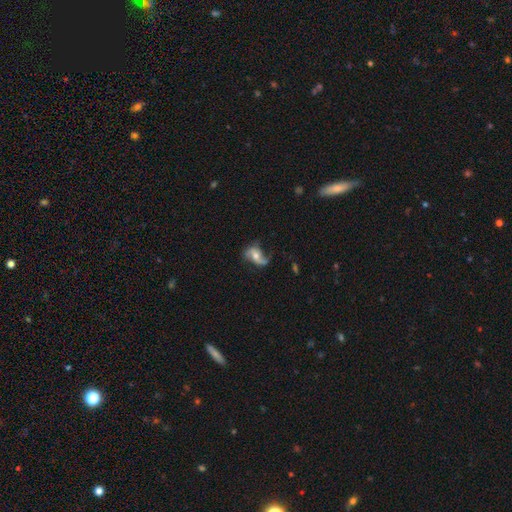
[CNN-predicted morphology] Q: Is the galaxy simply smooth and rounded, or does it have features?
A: featured or disk — 71%.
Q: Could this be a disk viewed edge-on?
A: no — 95%.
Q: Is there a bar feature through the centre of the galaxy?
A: no — 57%.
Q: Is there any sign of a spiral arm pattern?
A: yes — 89%.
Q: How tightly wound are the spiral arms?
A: loose — 69%.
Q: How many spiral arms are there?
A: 2 — 83%.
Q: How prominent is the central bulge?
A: moderate — 63%.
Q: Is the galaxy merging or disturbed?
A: none — 53%.